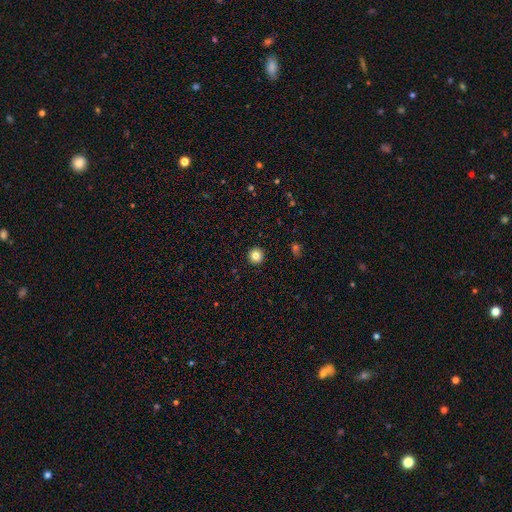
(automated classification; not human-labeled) smooth 82%, star or artifact 11%, featured or disk 7%. Down the decision tree: how rounded — round (95%); merging — none (93%).